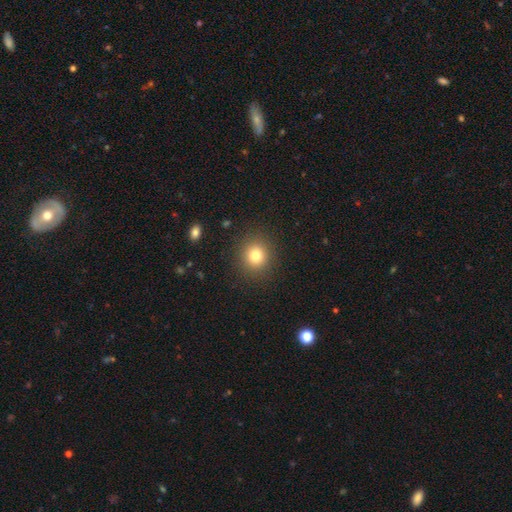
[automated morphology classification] smooth_or_featured: smooth (p=0.80) [alt: star or artifact p=0.12]
how_rounded: round (p=0.86) [alt: in between p=0.13]
merging: none (p=0.89) [alt: minor disturbance p=0.07]